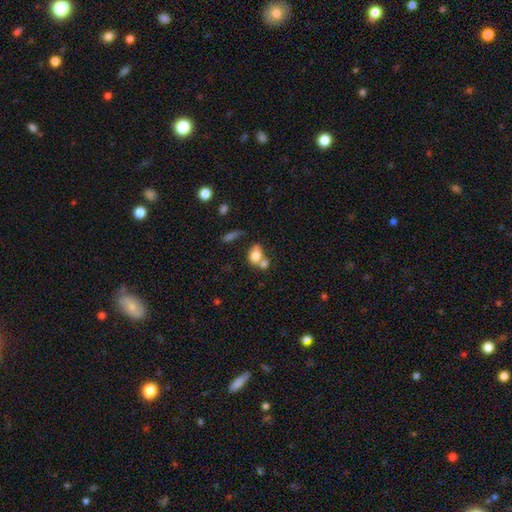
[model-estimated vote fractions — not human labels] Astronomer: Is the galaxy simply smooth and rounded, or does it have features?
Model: smooth — 75%.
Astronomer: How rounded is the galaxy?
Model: in between — 66%.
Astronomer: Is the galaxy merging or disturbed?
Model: merger — 55%.